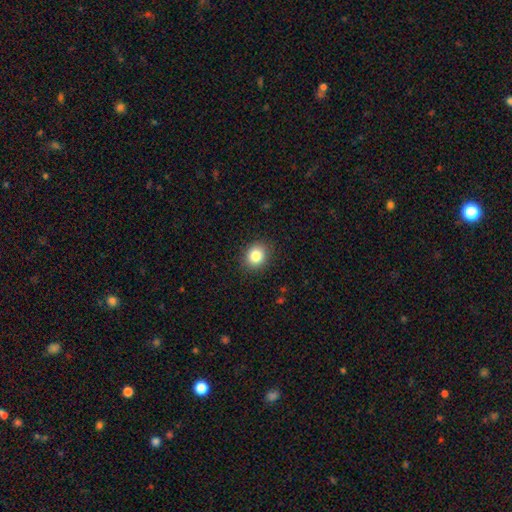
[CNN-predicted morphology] smooth-or-featured: smooth: 83% | star or artifact: 10% | featured or disk: 6%
  how-rounded: round: 65% | in between: 34% | cigar-shaped: 1%
  merging: none: 89% | minor disturbance: 8% | major disturbance: 2% | merger: 1%